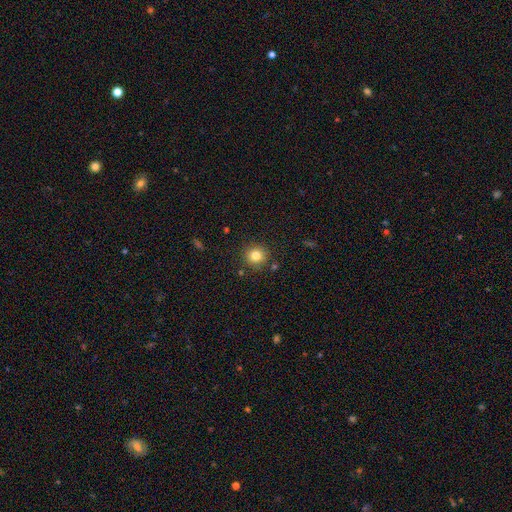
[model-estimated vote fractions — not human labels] smooth_or_featured: smooth (p=0.81) [alt: star or artifact p=0.12]
how_rounded: round (p=0.93) [alt: in between p=0.06]
merging: none (p=0.87) [alt: minor disturbance p=0.08]